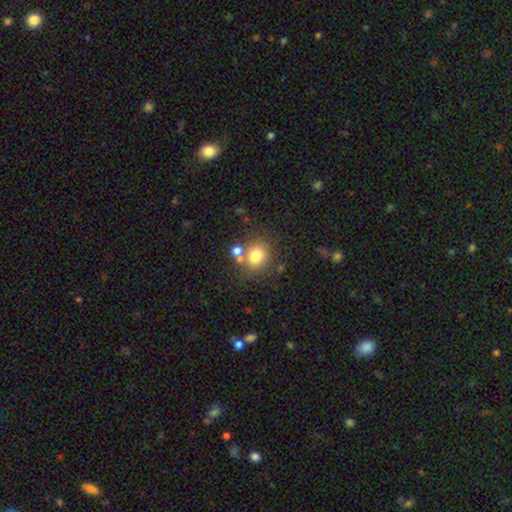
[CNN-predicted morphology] The model was most divided on "merging": none: 67%, merger: 18%, minor disturbance: 10%, major disturbance: 4%. More confident: how rounded — round (82%); smooth or featured — smooth (76%).